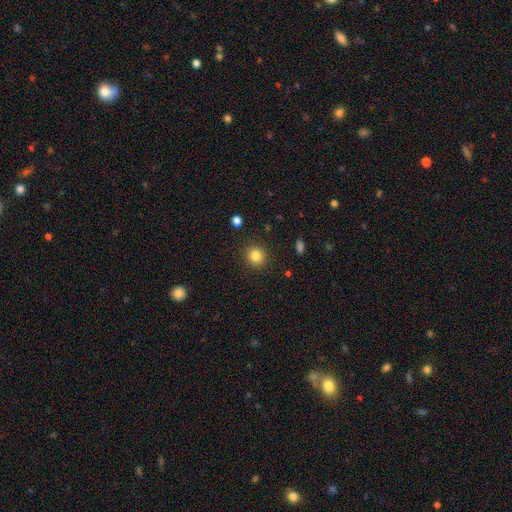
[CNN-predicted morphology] smooth 83%, star or artifact 11%, featured or disk 6%. Down the decision tree: how rounded — round (91%); merging — none (91%).